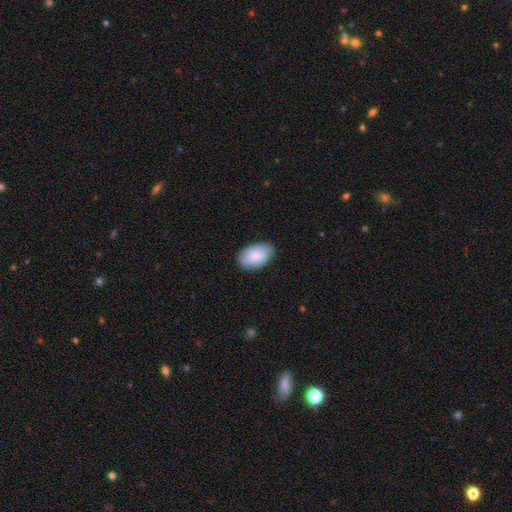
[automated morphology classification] This is clearly a smooth galaxy (84%). How rounded: clearly in between (93%). Merging: clearly none (84%).